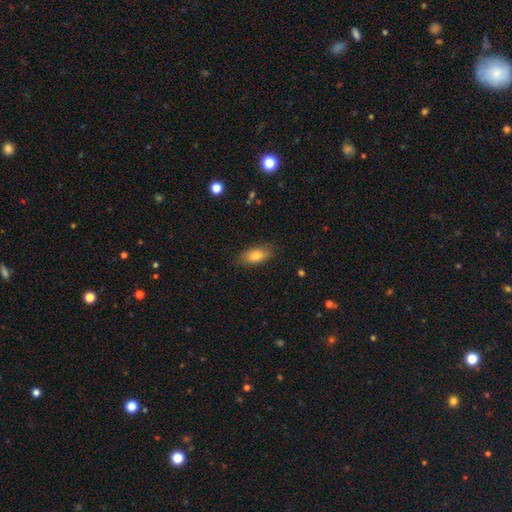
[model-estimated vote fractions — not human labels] Smooth or featured? smooth (80%)
How rounded? in between (85%)
Merging? none (84%)